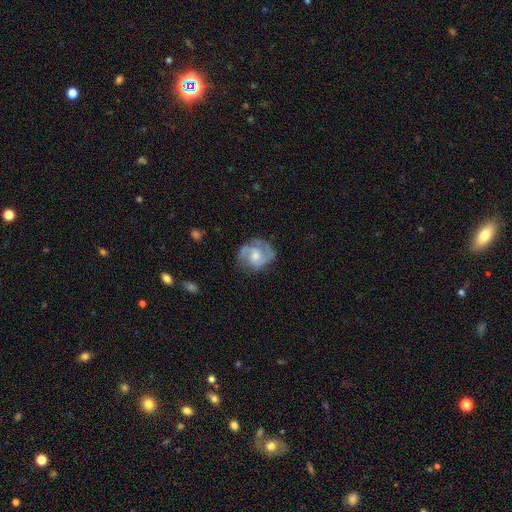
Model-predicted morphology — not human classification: Smooth or featured: featured or disk — 79% (smooth — 15%)
Edge-on disk: no — 98% (yes — 2%)
Bar: no — 55% (weak — 38%)
Spiral arms: yes — 93% (no — 7%)
Spiral winding: medium — 51% (tight — 30%)
Spiral arm count: 2 — 71% (3 — 11%)
Bulge size: moderate — 48% (small — 39%)
Merging: none — 65% (minor disturbance — 21%)